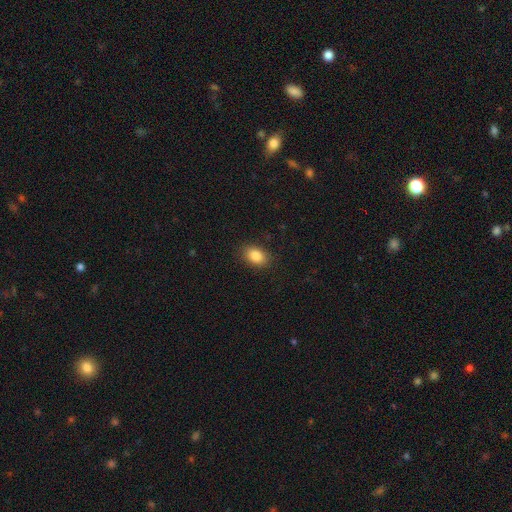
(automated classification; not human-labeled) Smooth or featured?
  - smooth: 85% *
  - star or artifact: 9%
  - featured or disk: 6%
How rounded?
  - in between: 79% *
  - round: 19%
  - cigar-shaped: 1%
Merging?
  - none: 87% *
  - minor disturbance: 9%
  - major disturbance: 2%
  - merger: 1%